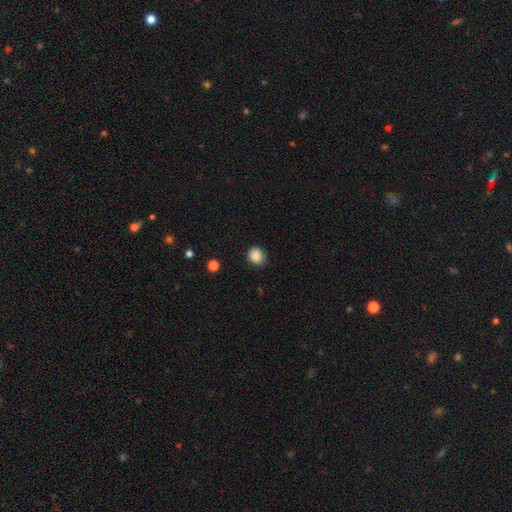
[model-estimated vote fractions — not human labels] Morphology: type=smooth (87%); roundness=round (68%); merging=none (83%).